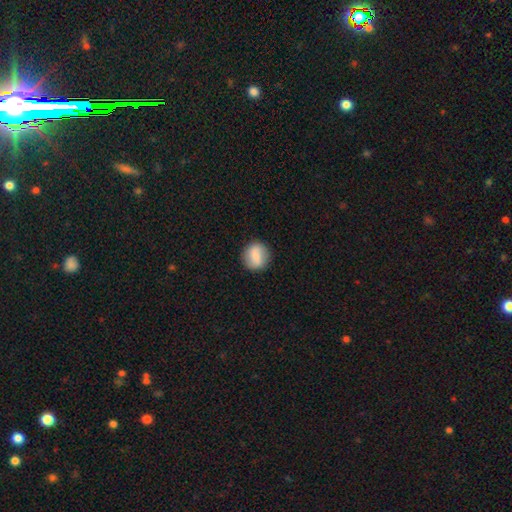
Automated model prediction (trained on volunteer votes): Q: Smooth or featured?
A: smooth (79%); runner-up: featured or disk (14%)
Q: How rounded?
A: round (85%); runner-up: in between (14%)
Q: Merging?
A: none (86%); runner-up: minor disturbance (10%)